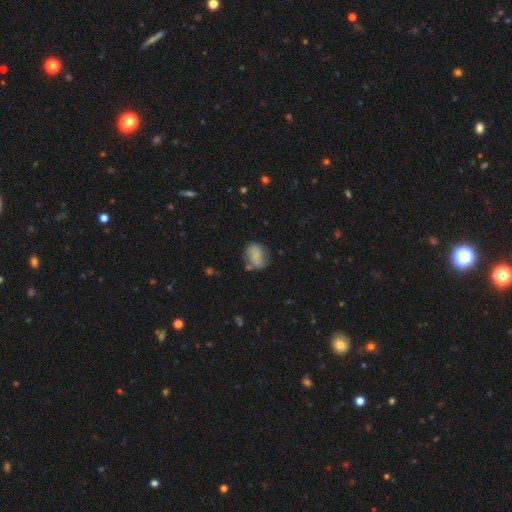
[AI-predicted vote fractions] smooth 70%, featured or disk 22%, star or artifact 9%. Down the decision tree: how rounded — in between (65%); merging — none (60%).